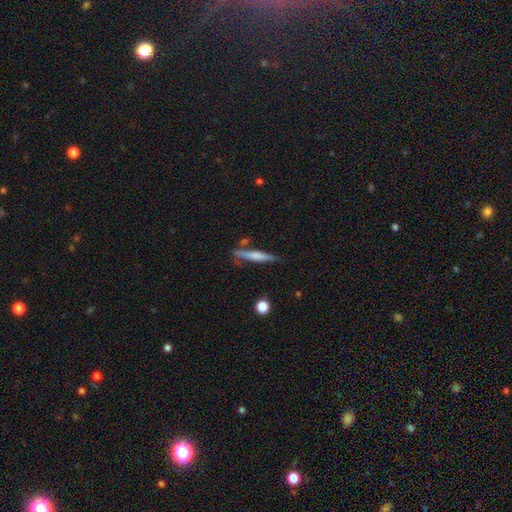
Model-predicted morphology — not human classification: Smooth or featured? Predicted: smooth (p=0.56). How rounded? Predicted: cigar-shaped (p=0.91). Merging? Predicted: none (p=0.75).